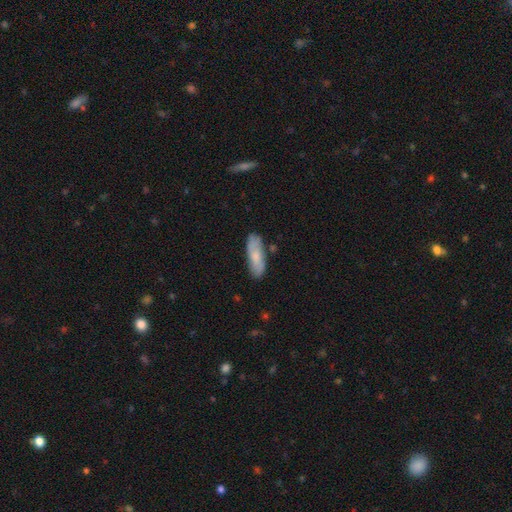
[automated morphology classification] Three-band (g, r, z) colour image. It shows a smooth galaxy with no disk features (69%) that is in between round and cigar-shaped (60%). Merging: none (77%).